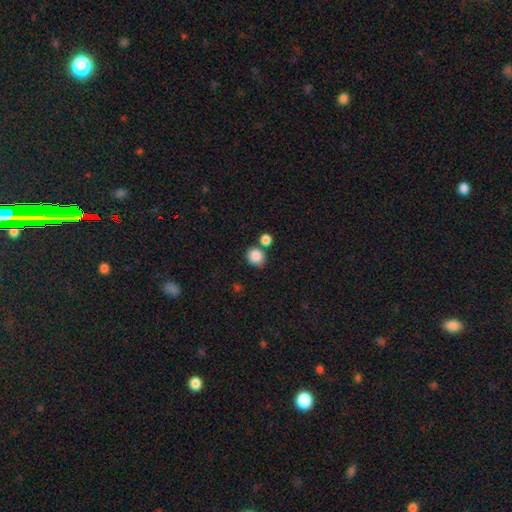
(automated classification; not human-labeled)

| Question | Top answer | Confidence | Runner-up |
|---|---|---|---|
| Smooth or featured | smooth | 86% | star or artifact (9%) |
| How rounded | round | 82% | in between (17%) |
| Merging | none | 64% | merger (22%) |